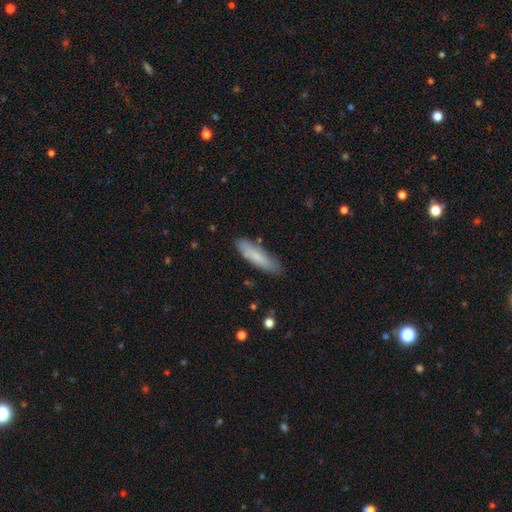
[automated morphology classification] smooth_or_featured: smooth (p=0.78) [alt: featured or disk p=0.16]
how_rounded: cigar-shaped (p=0.70) [alt: in between p=0.29]
merging: none (p=0.80) [alt: minor disturbance p=0.16]